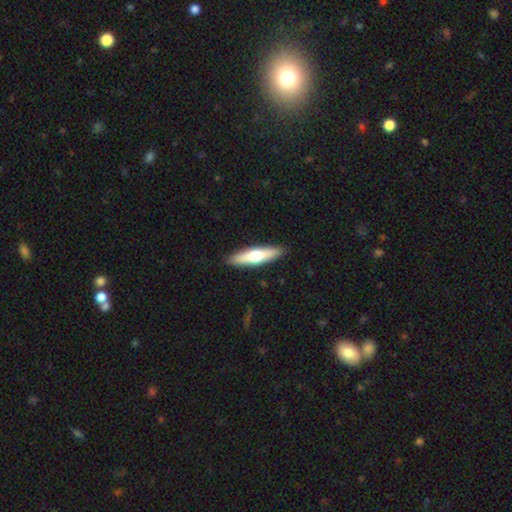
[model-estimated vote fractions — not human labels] Morphology: type=smooth (56%); roundness=cigar-shaped (73%); merging=none (90%).